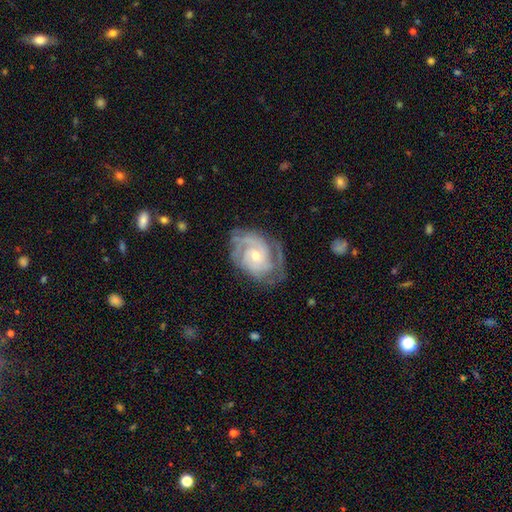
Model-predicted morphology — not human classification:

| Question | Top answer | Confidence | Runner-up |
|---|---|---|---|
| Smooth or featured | featured or disk | 87% | smooth (8%) |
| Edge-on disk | no | 97% | yes (3%) |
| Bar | no | 68% | weak (28%) |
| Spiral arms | yes | 96% | no (4%) |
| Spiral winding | tight | 65% | medium (29%) |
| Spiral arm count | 2 | 32% | can't tell (26%) |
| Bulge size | moderate | 51% | small (44%) |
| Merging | none | 65% | minor disturbance (23%) |